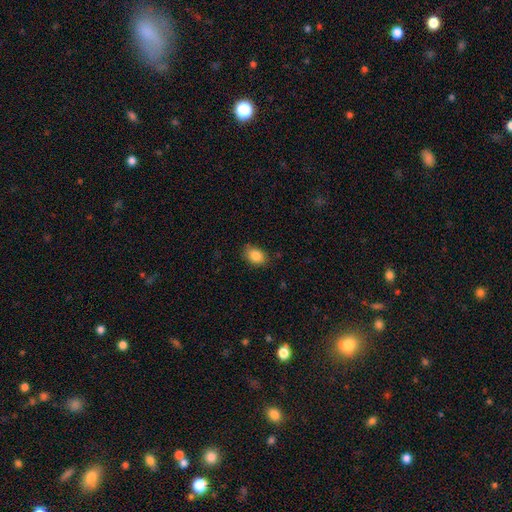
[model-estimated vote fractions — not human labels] Overall: smooth (86%). How rounded: in between (78%). Merging: none (82%).